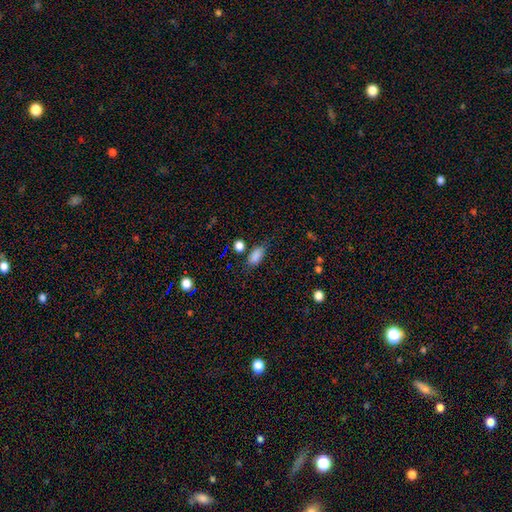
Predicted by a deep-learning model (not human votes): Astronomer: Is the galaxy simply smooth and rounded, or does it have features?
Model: smooth — 84%.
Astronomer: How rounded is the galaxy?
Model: in between — 87%.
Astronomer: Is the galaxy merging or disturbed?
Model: none — 67%.